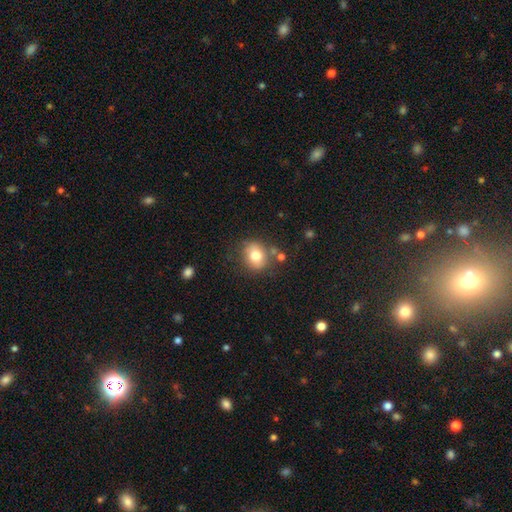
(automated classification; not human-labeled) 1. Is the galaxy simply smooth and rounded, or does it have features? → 75% smooth, 15% featured or disk, 10% star or artifact.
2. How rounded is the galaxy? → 67% round, 32% in between, 1% cigar-shaped.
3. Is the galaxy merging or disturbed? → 73% none, 15% minor disturbance, 7% merger, 5% major disturbance.